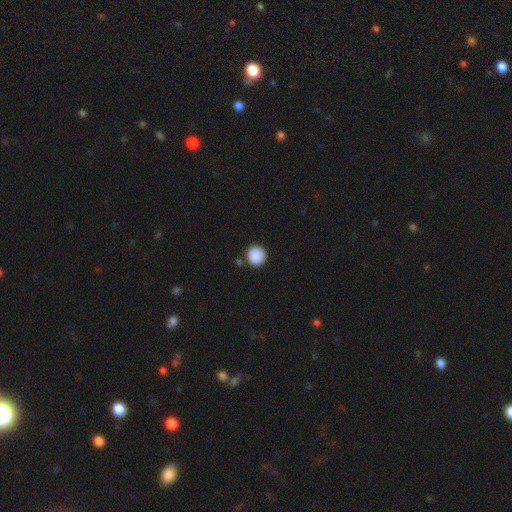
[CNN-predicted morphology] Smooth or featured: smooth — 89% (star or artifact — 8%)
How rounded: round — 92% (in between — 7%)
Merging: none — 85% (minor disturbance — 8%)